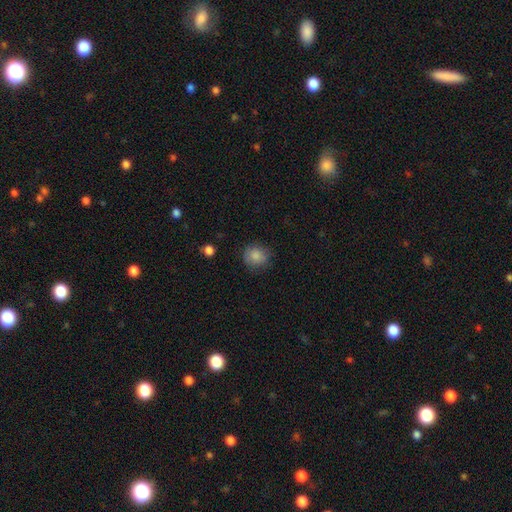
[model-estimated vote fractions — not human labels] Overall: smooth (84%). How rounded: round (83%). Merging: none (78%).